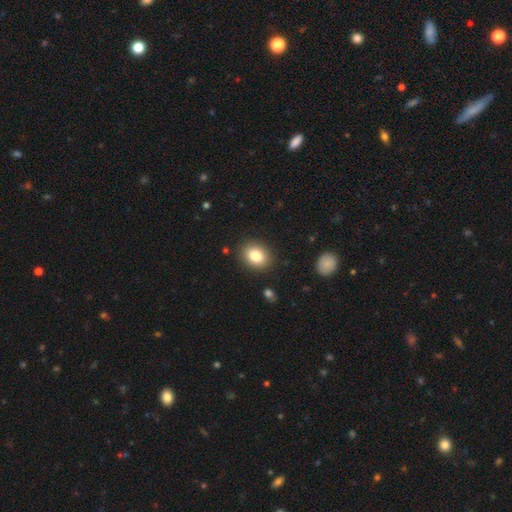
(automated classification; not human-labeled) Q: Smooth or featured?
A: smooth (84%); runner-up: star or artifact (9%)
Q: How rounded?
A: in between (51%); runner-up: round (48%)
Q: Merging?
A: none (87%); runner-up: minor disturbance (8%)